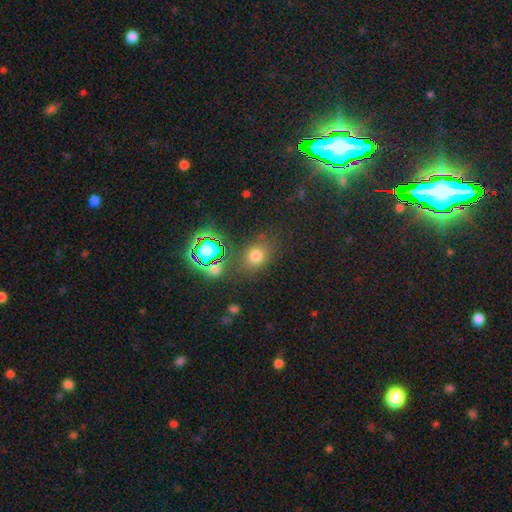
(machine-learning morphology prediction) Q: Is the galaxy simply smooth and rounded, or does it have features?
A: smooth — 68%.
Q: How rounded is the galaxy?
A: round — 56%.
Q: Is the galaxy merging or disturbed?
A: none — 75%.